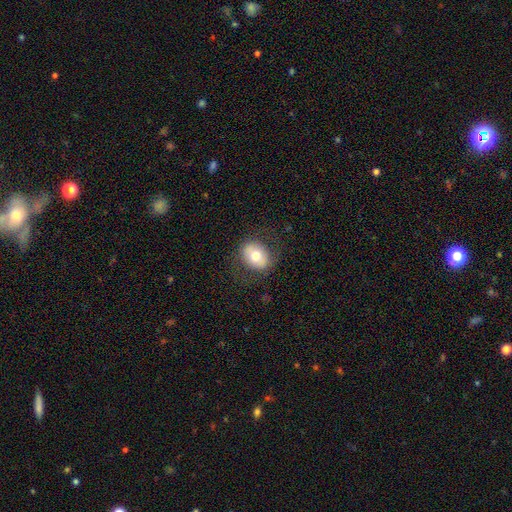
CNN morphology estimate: A smooth galaxy with no disk features (67%) that is in between round and cigar-shaped (52%).

Vote fractions:
- Smooth or featured? smooth: 67% / featured or disk: 25% / star or artifact: 8%
- How rounded? in between: 52% / round: 47% / cigar-shaped: 1%
- Merging? none: 80% / minor disturbance: 13% / major disturbance: 7% / merger: 1%